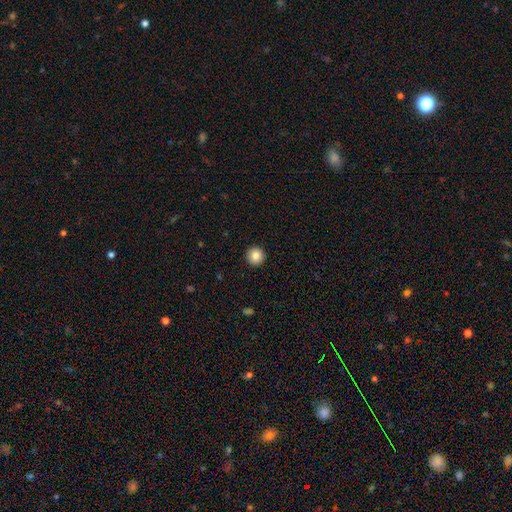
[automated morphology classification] type=smooth (85%); roundness=round (96%); merging=none (94%).